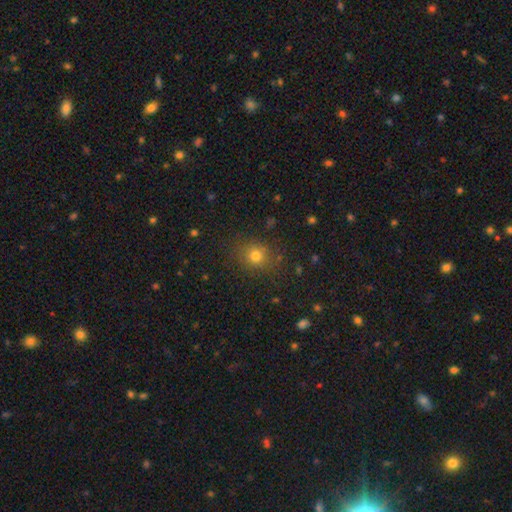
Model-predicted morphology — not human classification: smooth-or-featured: smooth: 76% | star or artifact: 17% | featured or disk: 7%
  how-rounded: round: 80% | in between: 19% | cigar-shaped: 1%
  merging: none: 84% | minor disturbance: 10% | major disturbance: 4% | merger: 2%